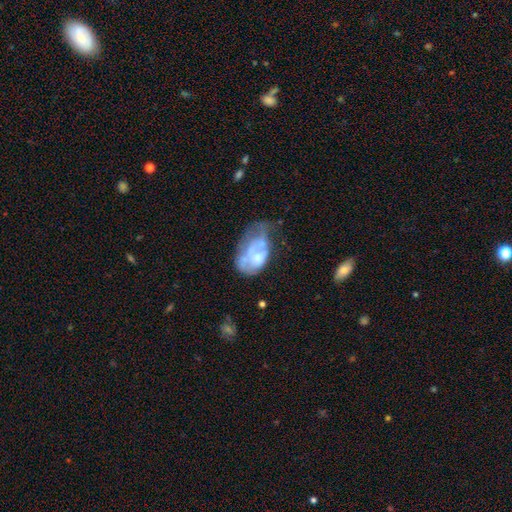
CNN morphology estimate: This is possibly a featured or disk galaxy (55%). It is clearly not viewed edge-on (97%). Bar: clearly no (83%). Spiral arm pattern: likely no (70%). Central bulge: marginally moderate (39%). Merging: marginally major disturbance (38%).